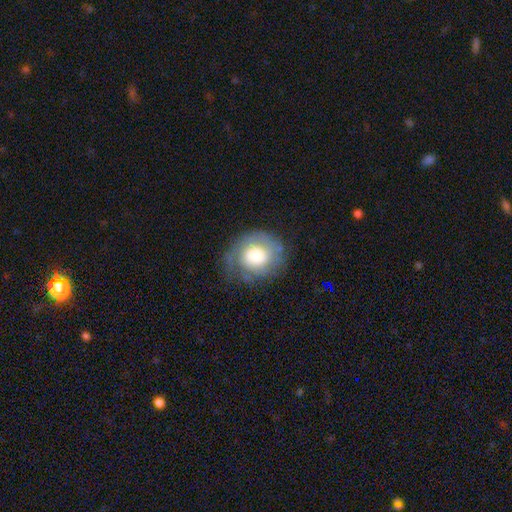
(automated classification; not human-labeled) Smooth or featured? featured or disk (49%)
Merging? none (63%)